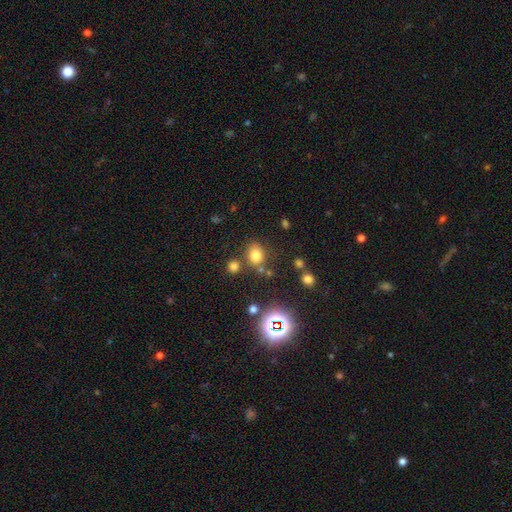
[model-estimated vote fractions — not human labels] The model was most divided on "how rounded": round: 54%, in between: 45%, cigar-shaped: 1%. More confident: smooth or featured — smooth (74%); merging — none (71%).